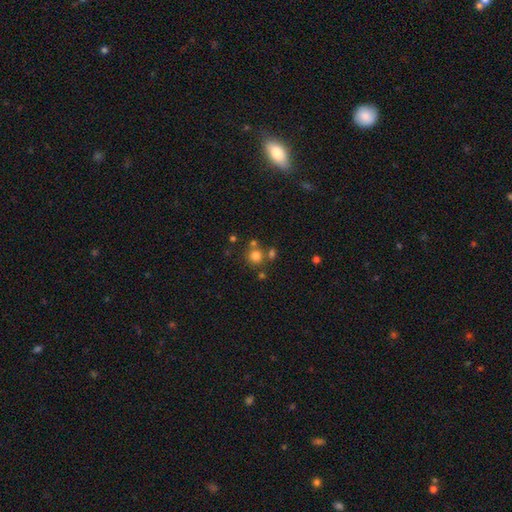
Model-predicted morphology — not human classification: Overall: smooth (76%). How rounded: round (91%). Merging: none (68%).